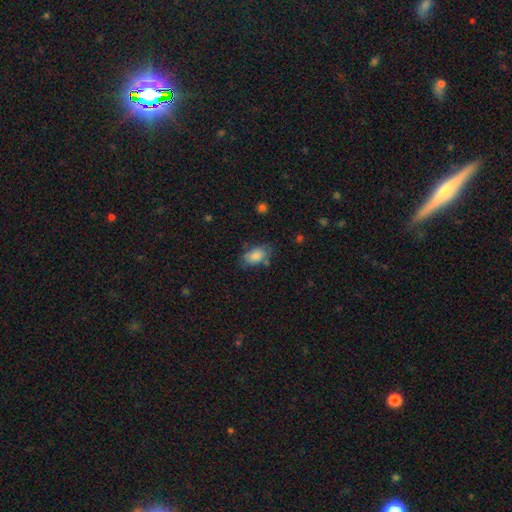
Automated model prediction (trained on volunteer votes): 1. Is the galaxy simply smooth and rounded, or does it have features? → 79% smooth, 13% featured or disk, 8% star or artifact.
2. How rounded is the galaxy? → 90% in between, 7% round, 3% cigar-shaped.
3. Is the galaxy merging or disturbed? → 65% none, 23% minor disturbance, 8% major disturbance, 5% merger.